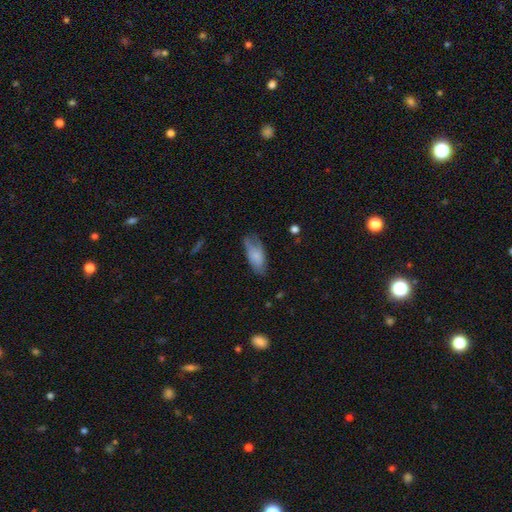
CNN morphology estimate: A smooth galaxy with no disk features (74%) that is in between round and cigar-shaped (87%).

Vote fractions:
- Smooth or featured? smooth: 74% / featured or disk: 19% / star or artifact: 7%
- How rounded? in between: 87% / cigar-shaped: 10% / round: 2%
- Merging? none: 54% / minor disturbance: 32% / major disturbance: 12% / merger: 2%